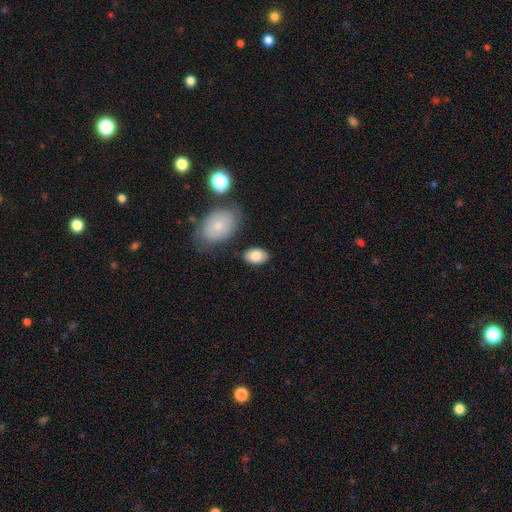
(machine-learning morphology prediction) The model was most divided on "merging": none: 81%, minor disturbance: 12%, merger: 4%, major disturbance: 3%. More confident: how rounded — in between (89%); smooth or featured — smooth (83%).